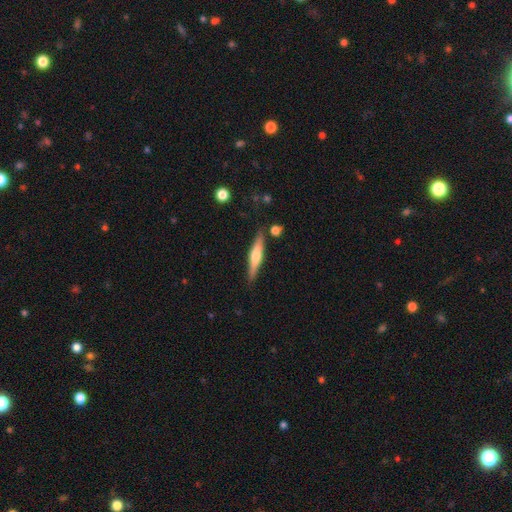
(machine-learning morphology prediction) Smooth or featured?
  - featured or disk: 54% *
  - smooth: 40%
  - star or artifact: 6%
Edge-on disk?
  - yes: 96% *
  - no: 4%
Edge-on bulge?
  - rounded: 85% *
  - boxy: 9%
  - none: 7%
Merging?
  - none: 85% *
  - minor disturbance: 10%
  - merger: 3%
  - major disturbance: 2%